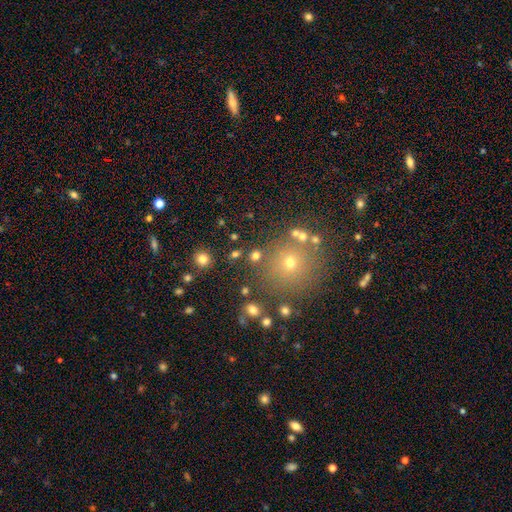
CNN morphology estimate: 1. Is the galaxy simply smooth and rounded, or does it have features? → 67% smooth, 23% star or artifact, 10% featured or disk.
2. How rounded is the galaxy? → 84% round, 15% in between, 1% cigar-shaped.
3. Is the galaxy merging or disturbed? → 79% none, 9% merger, 8% minor disturbance, 5% major disturbance.